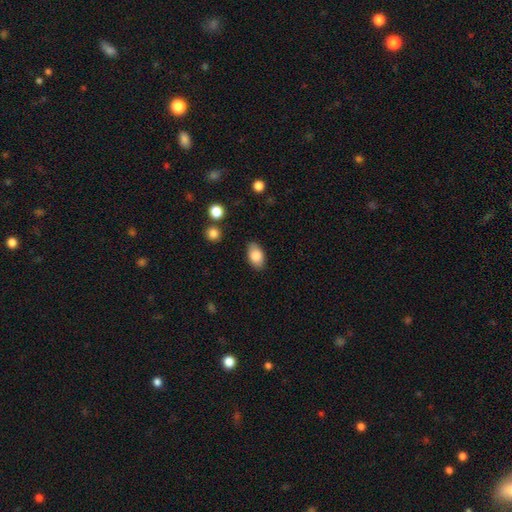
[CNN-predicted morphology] Smooth or featured: smooth — 83% (featured or disk — 10%)
How rounded: in between — 92% (round — 7%)
Merging: none — 85% (minor disturbance — 11%)